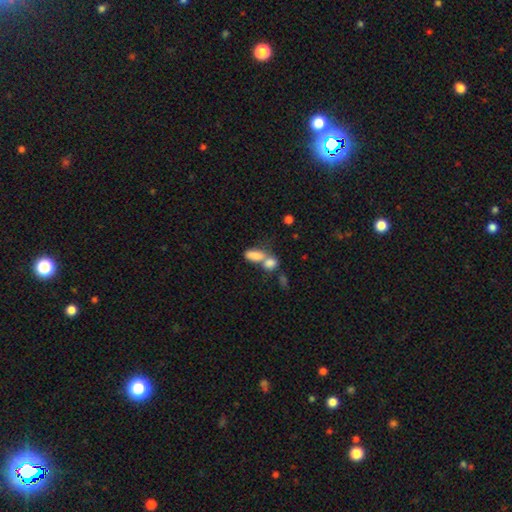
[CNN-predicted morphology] A smooth galaxy with no disk features (81%) that is in between round and cigar-shaped (83%). Merging: merger (61%).